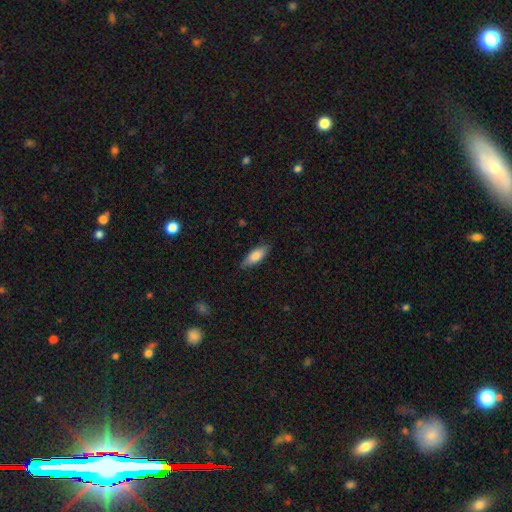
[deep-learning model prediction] This appears to be a smooth galaxy with no disk features (81%) that is in between round and cigar-shaped (71%). Merging: none (80%).